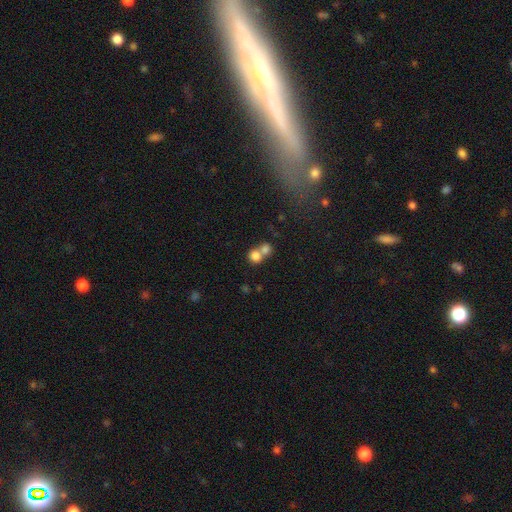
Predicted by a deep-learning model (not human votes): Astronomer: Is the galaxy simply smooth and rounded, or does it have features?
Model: smooth — 78%.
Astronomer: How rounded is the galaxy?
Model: round — 79%.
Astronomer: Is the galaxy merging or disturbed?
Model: merger — 60%.